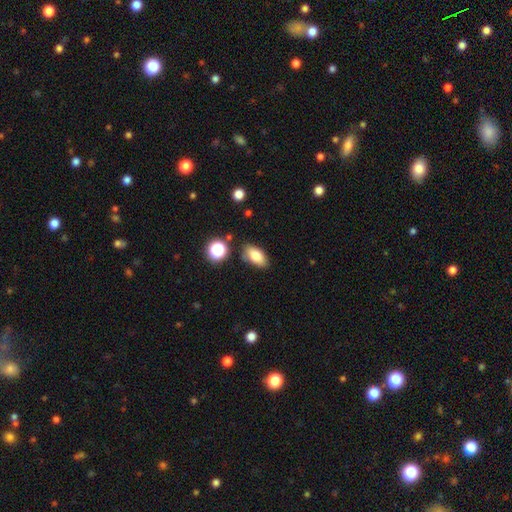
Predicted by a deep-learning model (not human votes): A smooth galaxy with no disk features (79%) that is in between round and cigar-shaped (88%). Merging: none (81%).